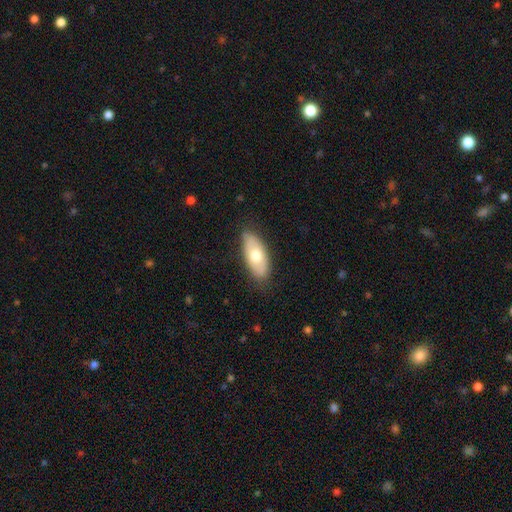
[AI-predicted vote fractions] Q: Smooth or featured?
A: smooth (66%); runner-up: featured or disk (28%)
Q: How rounded?
A: in between (86%); runner-up: cigar-shaped (11%)
Q: Merging?
A: none (82%); runner-up: minor disturbance (14%)